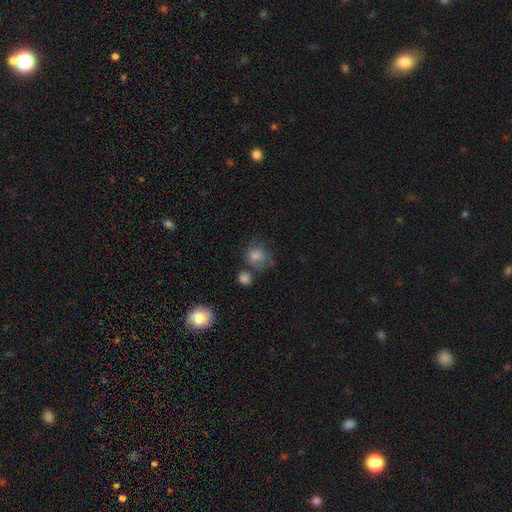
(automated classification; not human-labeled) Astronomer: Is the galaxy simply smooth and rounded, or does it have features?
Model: smooth — 75%.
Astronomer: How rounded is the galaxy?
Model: round — 79%.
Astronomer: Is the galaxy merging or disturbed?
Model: none — 62%.